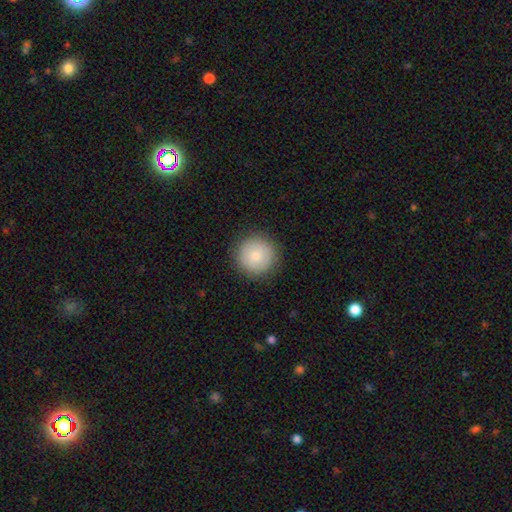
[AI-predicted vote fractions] Smooth or featured: smooth — 81% (featured or disk — 11%)
How rounded: round — 96% (in between — 3%)
Merging: none — 89% (minor disturbance — 7%)